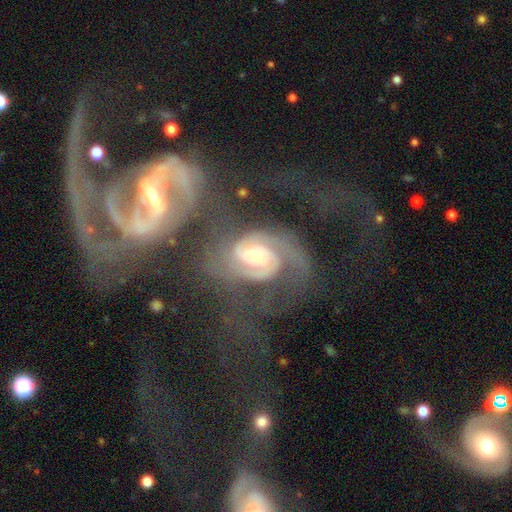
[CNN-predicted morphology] smooth-or-featured: featured or disk: 88% | star or artifact: 6% | smooth: 6%
  disk-edge-on: no: 97% | yes: 3%
    bar: weak: 42% | no: 32% | strong: 27%
    has-spiral-arms: yes: 95% | no: 5%
      spiral-winding: medium: 44% | tight: 40% | loose: 16%
      spiral-arm-count: 2: 73% | can't tell: 11% | 3: 6% | 1: 4% | 4: 3% | more than 4: 2%
    bulge-size: moderate: 57% | small: 34% | large: 6% | none: 2% | dominant: 1%
  merging: merger: 52% | none: 20% | major disturbance: 18% | minor disturbance: 10%